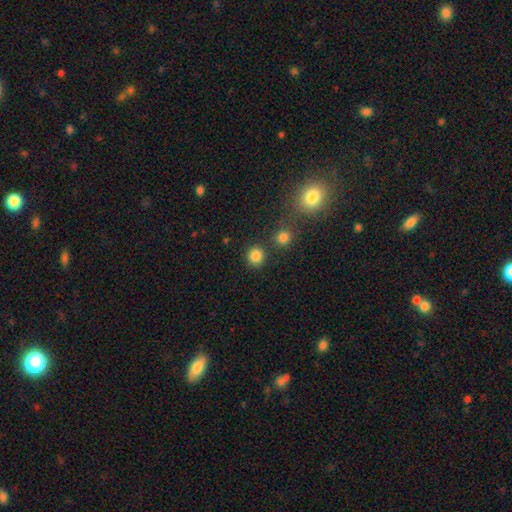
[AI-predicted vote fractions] A smooth galaxy with no disk features (84%) that is round (90%).

Vote fractions:
- Smooth or featured? smooth: 84% / star or artifact: 12% / featured or disk: 4%
- How rounded? round: 90% / in between: 9% / cigar-shaped: 1%
- Merging? none: 83% / minor disturbance: 7% / merger: 7% / major disturbance: 3%